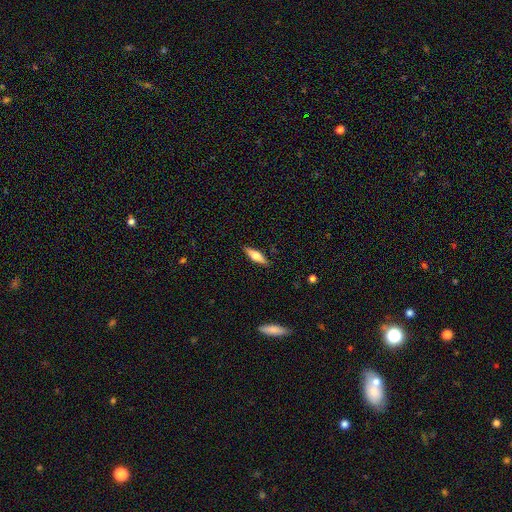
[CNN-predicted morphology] This appears to be a smooth galaxy with no disk features (59%) that is cigar-shaped (55%). Merging: none (88%).